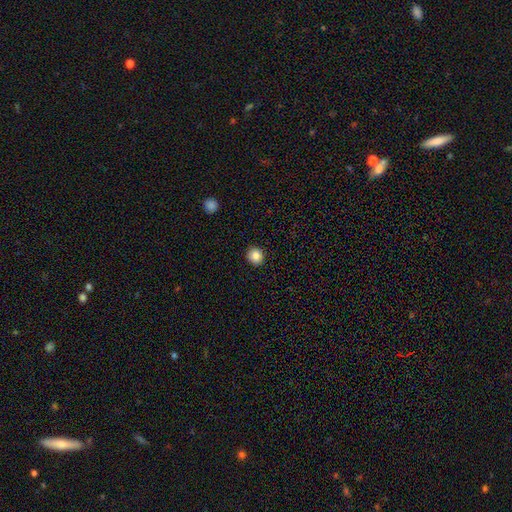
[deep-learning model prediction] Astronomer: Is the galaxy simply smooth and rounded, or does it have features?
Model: smooth — 86%.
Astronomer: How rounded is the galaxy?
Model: round — 88%.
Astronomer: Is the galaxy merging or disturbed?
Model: none — 92%.